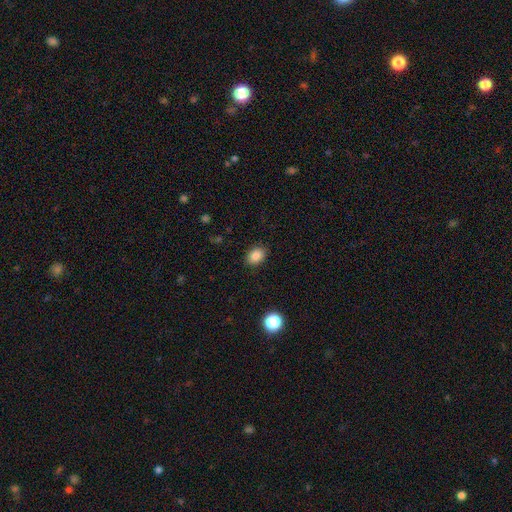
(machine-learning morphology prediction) Smooth or featured: smooth — 86% (star or artifact — 10%)
How rounded: in between — 72% (round — 27%)
Merging: none — 88% (minor disturbance — 9%)